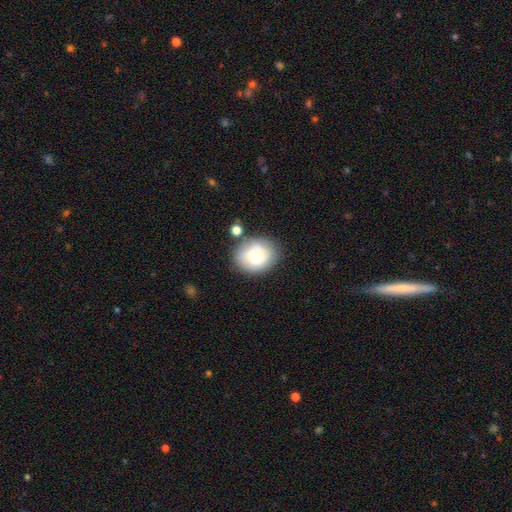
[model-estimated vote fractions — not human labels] Smooth or featured: smooth — 70% (featured or disk — 22%)
How rounded: round — 58% (in between — 41%)
Merging: none — 73% (minor disturbance — 16%)